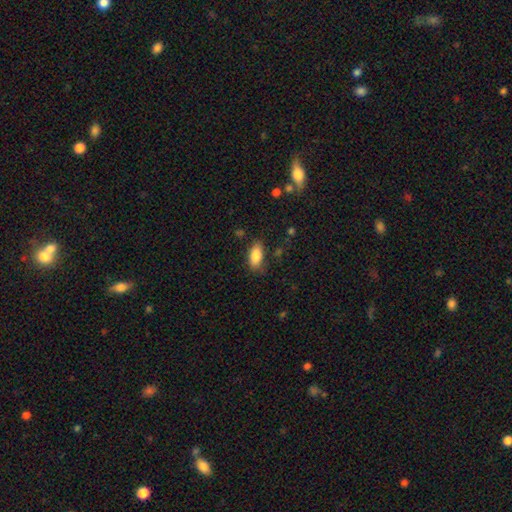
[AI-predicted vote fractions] Overall: smooth (86%). How rounded: in between (88%). Merging: none (77%).